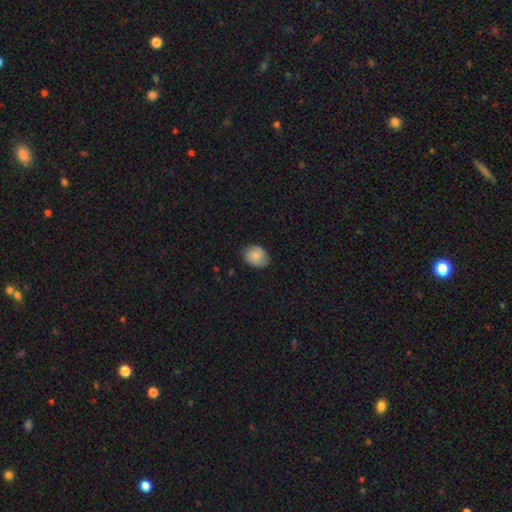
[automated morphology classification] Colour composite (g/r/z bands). It shows a smooth galaxy with no disk features (82%) that is in between round and cigar-shaped (54%). Merging: none (79%).